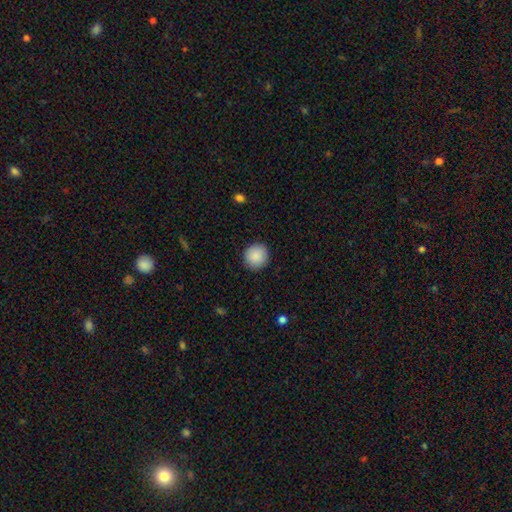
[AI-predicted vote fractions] A smooth galaxy with no disk features (89%) that is round (92%).

Vote fractions:
- Smooth or featured? smooth: 89% / star or artifact: 7% / featured or disk: 3%
- How rounded? round: 92% / in between: 7% / cigar-shaped: 1%
- Merging? none: 91% / minor disturbance: 6% / major disturbance: 2% / merger: 1%